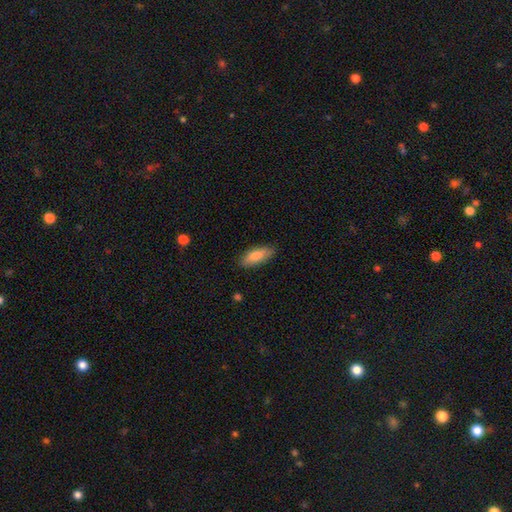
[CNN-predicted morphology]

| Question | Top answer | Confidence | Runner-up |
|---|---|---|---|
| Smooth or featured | smooth | 80% | featured or disk (14%) |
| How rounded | in between | 69% | cigar-shaped (28%) |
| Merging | none | 85% | minor disturbance (11%) |